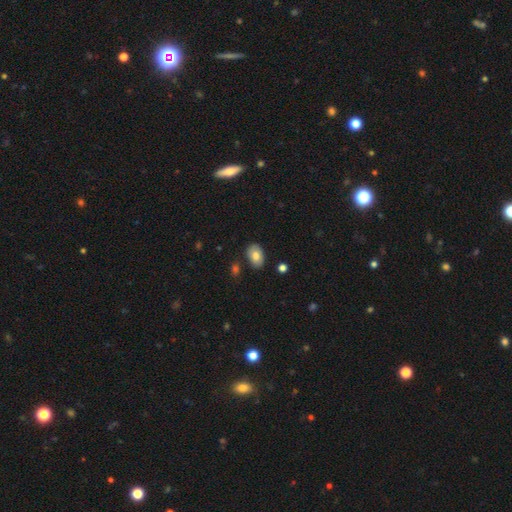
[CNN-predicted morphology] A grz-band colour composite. It shows a smooth galaxy with no disk features (80%) that is in between round and cigar-shaped (88%). Merging: none (82%).